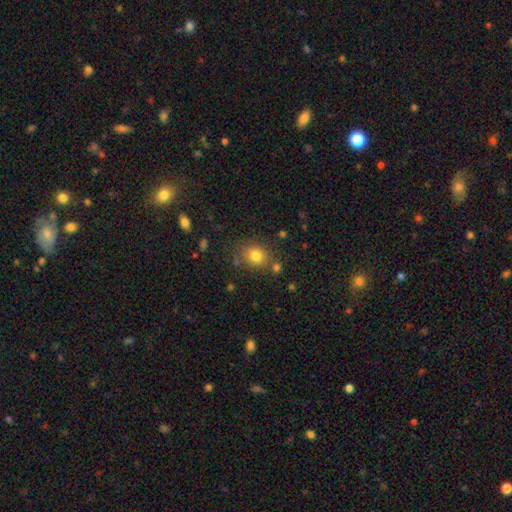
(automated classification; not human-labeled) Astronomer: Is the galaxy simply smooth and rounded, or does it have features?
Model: smooth — 79%.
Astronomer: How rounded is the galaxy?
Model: round — 67%.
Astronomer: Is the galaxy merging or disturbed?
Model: none — 76%.